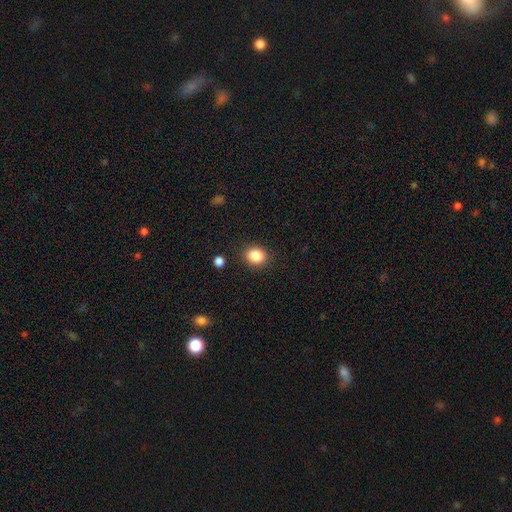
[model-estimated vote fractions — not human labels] smooth_or_featured: smooth (p=0.86) [alt: star or artifact p=0.10]
how_rounded: round (p=0.59) [alt: in between p=0.40]
merging: none (p=0.87) [alt: minor disturbance p=0.08]